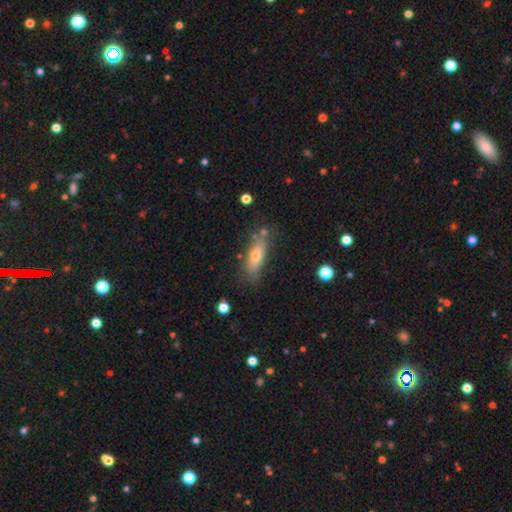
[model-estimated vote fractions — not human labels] Q: Smooth or featured?
A: smooth (66%); runner-up: featured or disk (26%)
Q: How rounded?
A: in between (58%); runner-up: cigar-shaped (39%)
Q: Merging?
A: none (71%); runner-up: minor disturbance (17%)